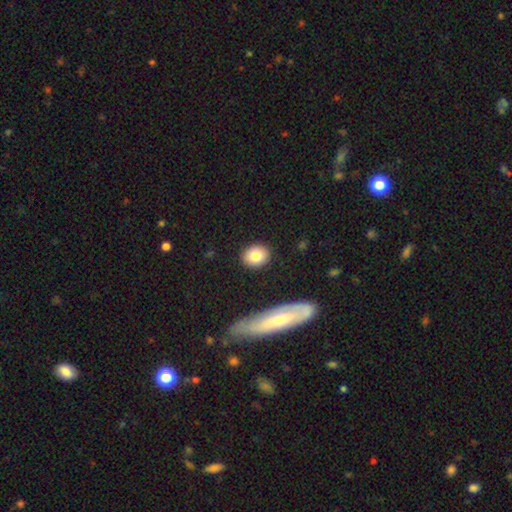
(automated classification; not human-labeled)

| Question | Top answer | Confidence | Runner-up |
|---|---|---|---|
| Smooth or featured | smooth | 81% | featured or disk (11%) |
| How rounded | round | 64% | in between (34%) |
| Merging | none | 89% | minor disturbance (7%) |